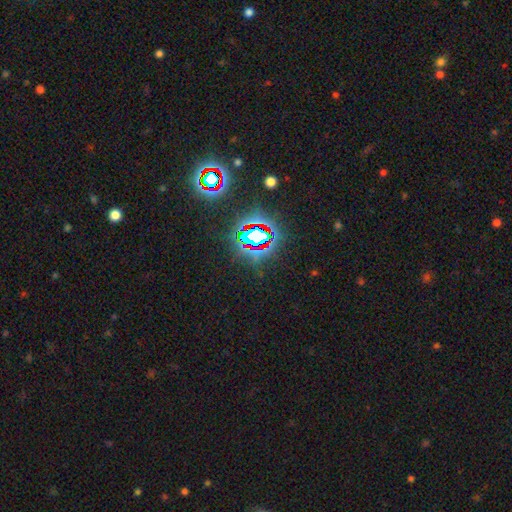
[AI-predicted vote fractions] Smooth or featured?
  - star or artifact: 82% *
  - smooth: 11%
  - featured or disk: 7%